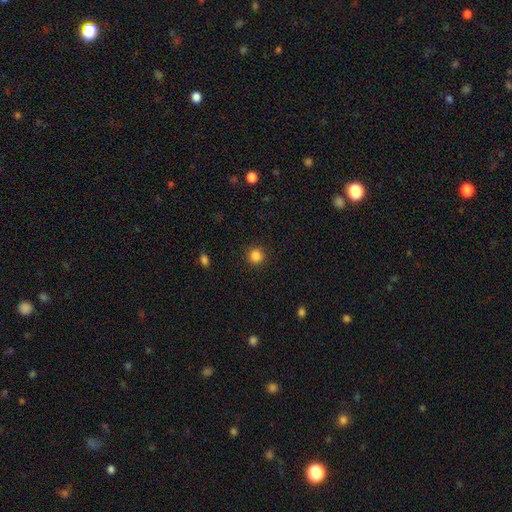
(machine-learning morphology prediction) smooth 85%, star or artifact 11%, featured or disk 3%. Down the decision tree: how rounded — round (94%); merging — none (91%).